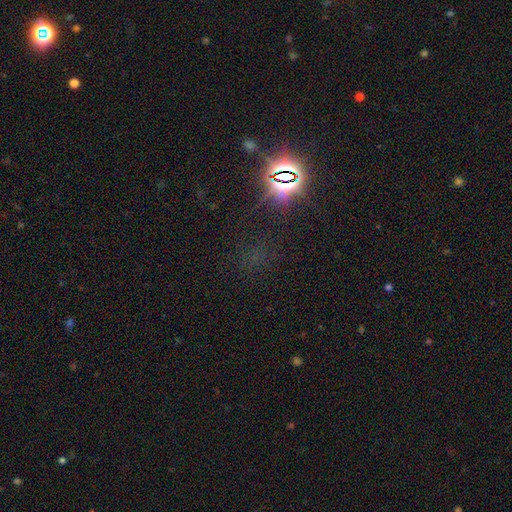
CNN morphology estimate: This is likely a star or artifact rather than a galaxy (74%).